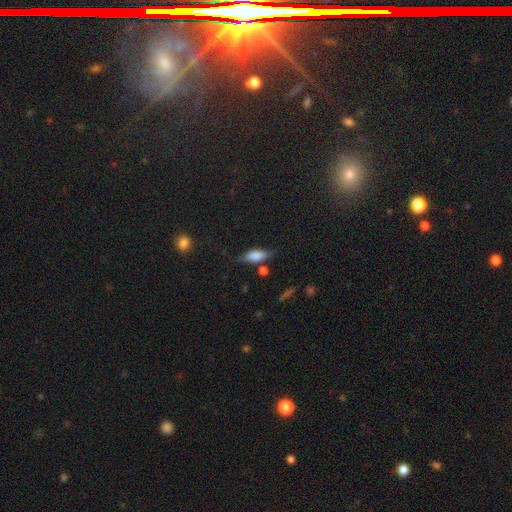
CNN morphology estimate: This is likely a smooth galaxy (66%). How rounded: likely in between (73%). Merging: likely none (66%).